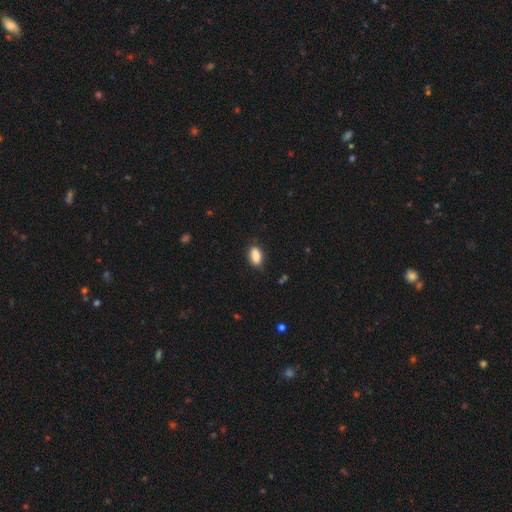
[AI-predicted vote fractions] Smooth or featured: smooth — 88% (star or artifact — 7%)
How rounded: in between — 90% (round — 7%)
Merging: none — 81% (minor disturbance — 15%)